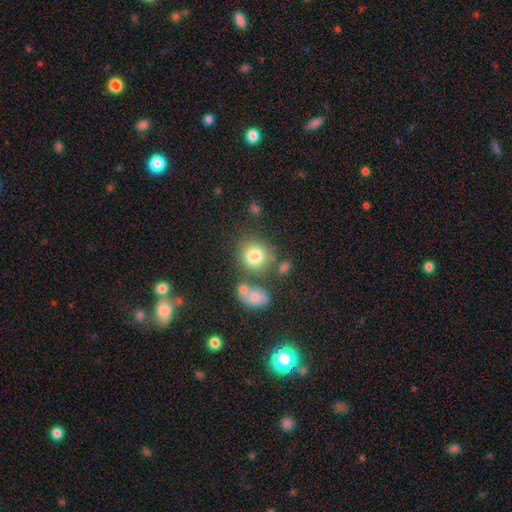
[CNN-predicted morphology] type=smooth (79%); roundness=round (83%); merging=none (63%).